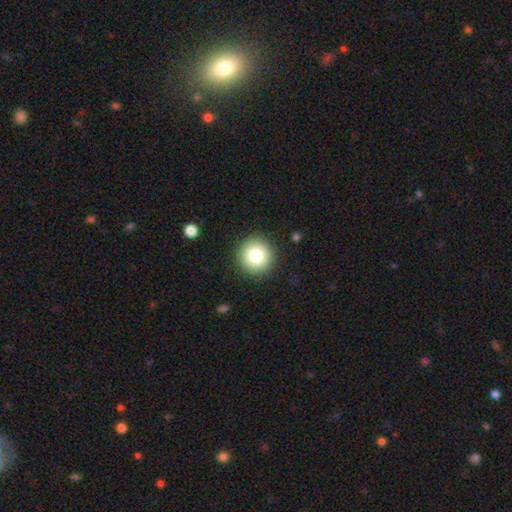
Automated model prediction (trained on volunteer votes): The model was most divided on "smooth or featured": smooth: 81%, star or artifact: 10%, featured or disk: 9%. More confident: how rounded — round (95%); merging — none (91%).